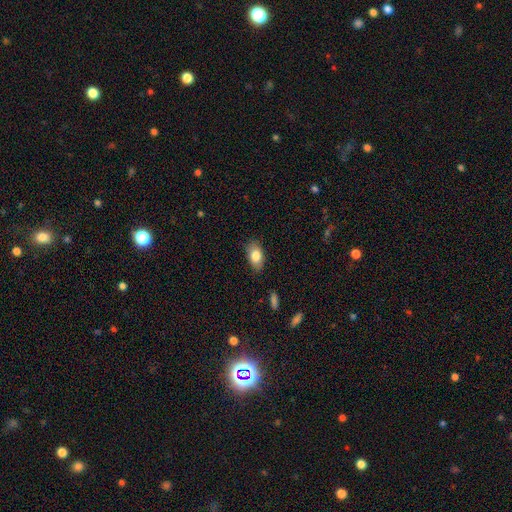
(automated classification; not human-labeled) This is clearly a smooth galaxy (81%). How rounded: clearly in between (89%). Merging: clearly none (82%).